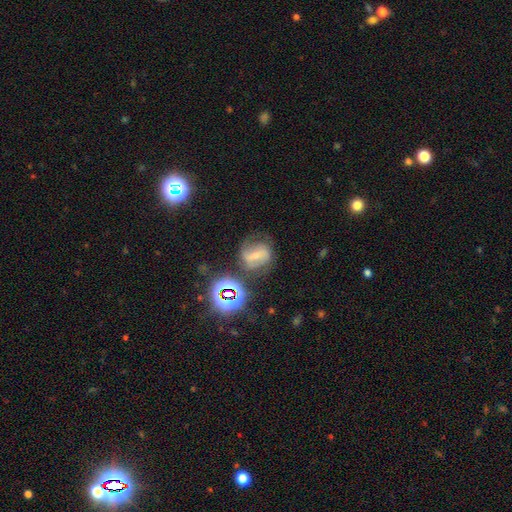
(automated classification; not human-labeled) This is possibly a featured or disk galaxy (49%). Merging: possibly none (55%).